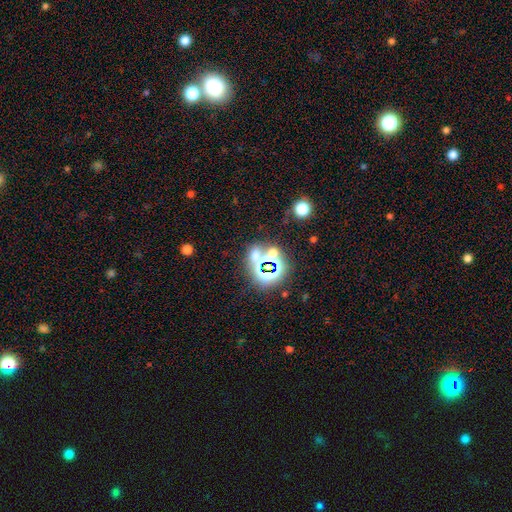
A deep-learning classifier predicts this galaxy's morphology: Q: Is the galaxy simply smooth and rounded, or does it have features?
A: star or artifact — 53%.